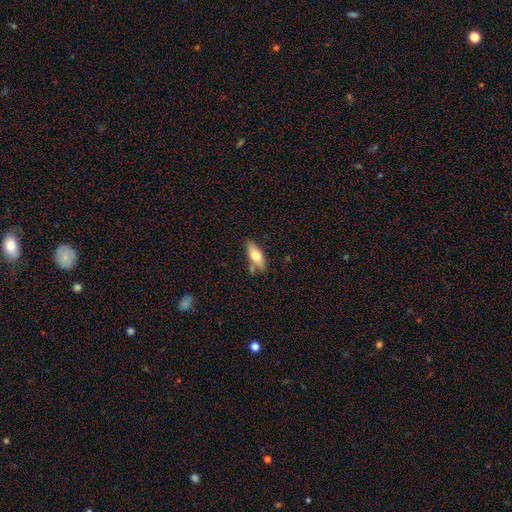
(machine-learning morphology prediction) This is likely a smooth galaxy (66%). How rounded: likely in between (73%). Merging: likely none (68%).